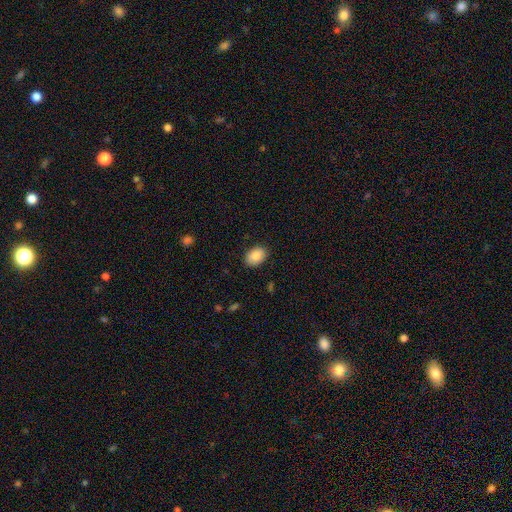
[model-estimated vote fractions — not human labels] The model was most divided on "how rounded": in between: 83%, round: 16%, cigar-shaped: 1%. More confident: smooth or featured — smooth (88%); merging — none (88%).